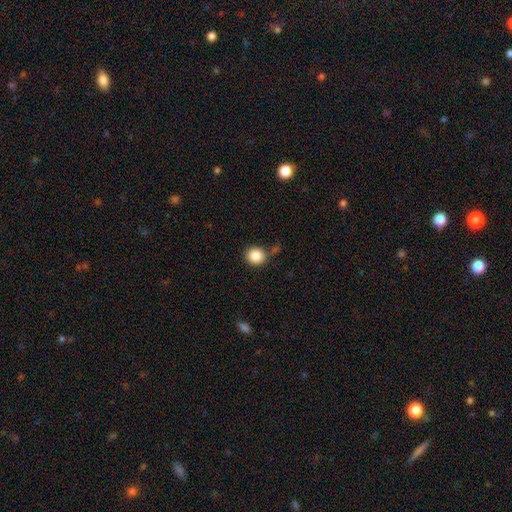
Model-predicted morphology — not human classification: Overall: smooth (86%). How rounded: round (88%). Merging: none (77%).